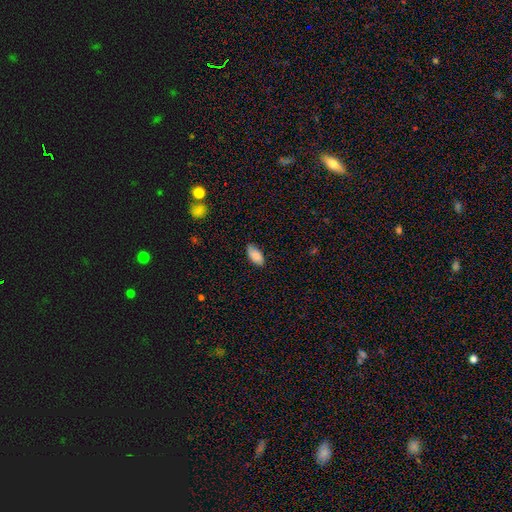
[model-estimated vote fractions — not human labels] Smooth or featured: smooth — 84% (featured or disk — 9%)
How rounded: in between — 92% (cigar-shaped — 6%)
Merging: none — 79% (minor disturbance — 17%)